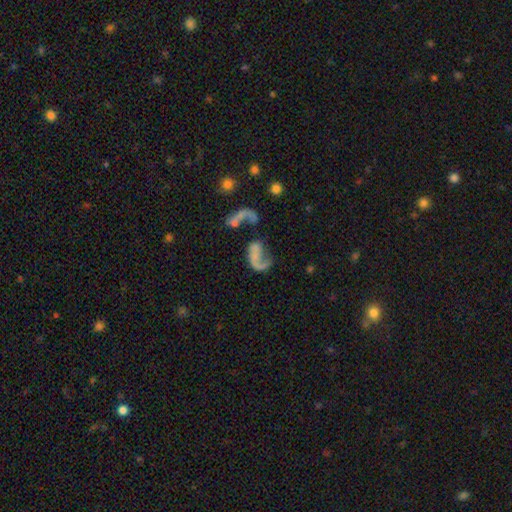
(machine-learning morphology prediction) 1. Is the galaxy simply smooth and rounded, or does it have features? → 65% featured or disk, 24% smooth, 11% star or artifact.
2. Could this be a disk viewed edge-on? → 97% no, 3% yes.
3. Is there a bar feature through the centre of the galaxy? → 69% no, 21% weak, 9% strong.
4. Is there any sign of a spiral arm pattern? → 74% yes, 26% no.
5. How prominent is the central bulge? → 68% none, 19% small, 8% moderate, 3% large, 2% dominant.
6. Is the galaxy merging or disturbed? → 39% major disturbance, 25% none, 22% merger, 13% minor disturbance.